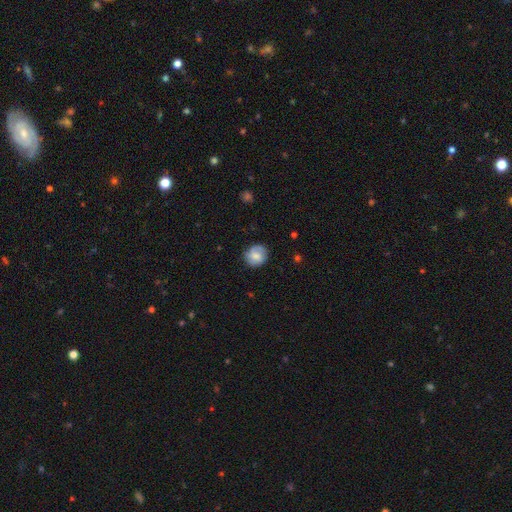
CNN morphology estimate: A smooth galaxy with no disk features (69%) that is round (82%). Merging: none (75%).